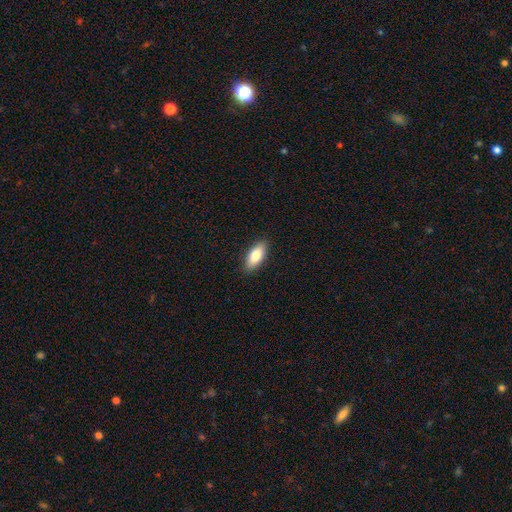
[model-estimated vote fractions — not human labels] Smooth or featured? smooth (80%)
How rounded? in between (83%)
Merging? none (89%)